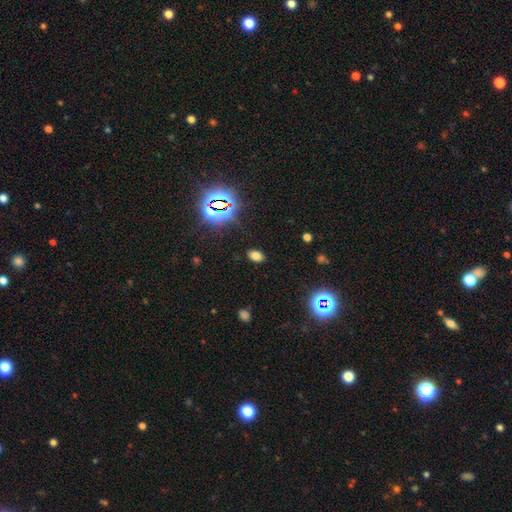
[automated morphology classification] Smooth or featured? Predicted: smooth (p=0.69). How rounded? Predicted: in between (p=0.87). Merging? Predicted: none (p=0.88).